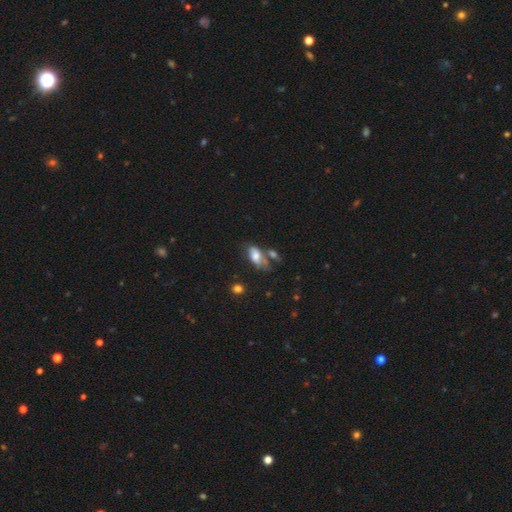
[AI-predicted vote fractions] This is likely a smooth galaxy (69%). How rounded: clearly in between (89%). Merging: marginally none (39%).